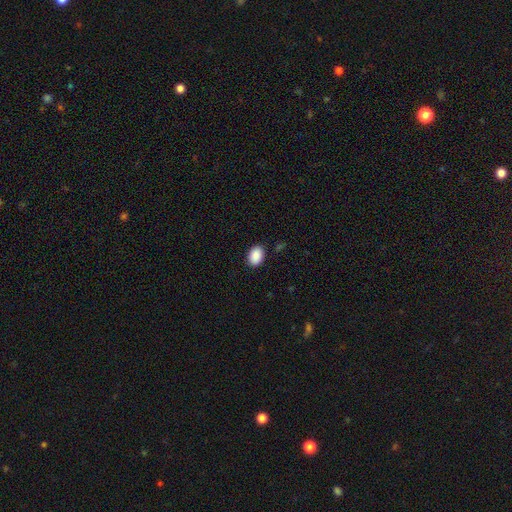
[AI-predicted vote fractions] Smooth or featured? Predicted: smooth (p=0.90). How rounded? Predicted: in between (p=0.82). Merging? Predicted: none (p=0.88).